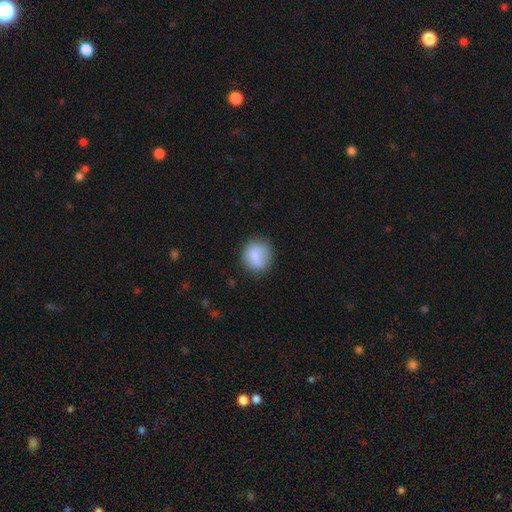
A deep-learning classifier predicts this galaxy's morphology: This appears to be a smooth galaxy with no disk features (80%) that is round (77%). Merging: none (71%).